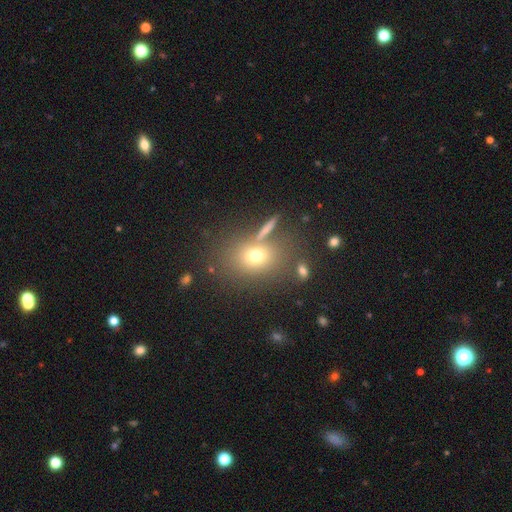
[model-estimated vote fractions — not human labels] This is likely a smooth galaxy (67%). How rounded: possibly in between (50%). Merging: likely none (69%).